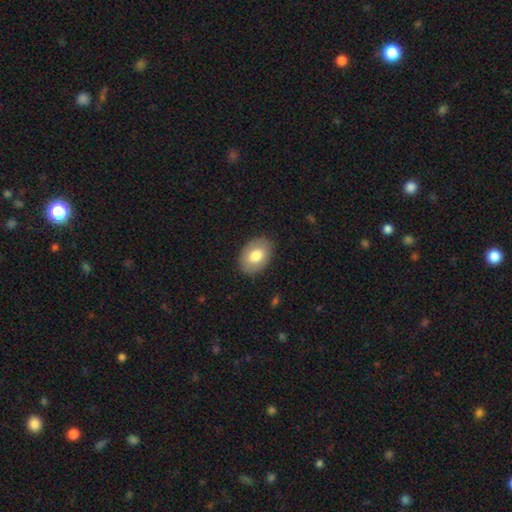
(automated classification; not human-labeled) A smooth galaxy with no disk features (77%) that is in between round and cigar-shaped (84%). Merging: none (86%).